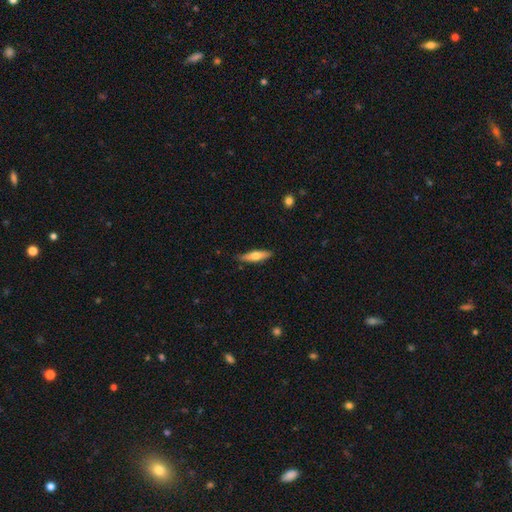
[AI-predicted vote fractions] Smooth or featured?
  - smooth: 54% *
  - featured or disk: 40%
  - star or artifact: 6%
How rounded?
  - cigar-shaped: 72% *
  - in between: 26%
  - round: 2%
Merging?
  - none: 86% *
  - minor disturbance: 11%
  - major disturbance: 2%
  - merger: 1%